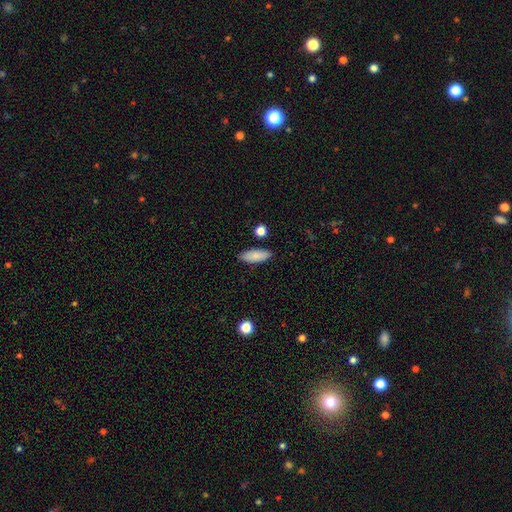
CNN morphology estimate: A smooth galaxy with no disk features (84%) that is in between round and cigar-shaped (72%).

Vote fractions:
- Smooth or featured? smooth: 84% / featured or disk: 9% / star or artifact: 7%
- How rounded? in between: 72% / cigar-shaped: 26% / round: 3%
- Merging? none: 86% / minor disturbance: 9% / merger: 2% / major disturbance: 2%